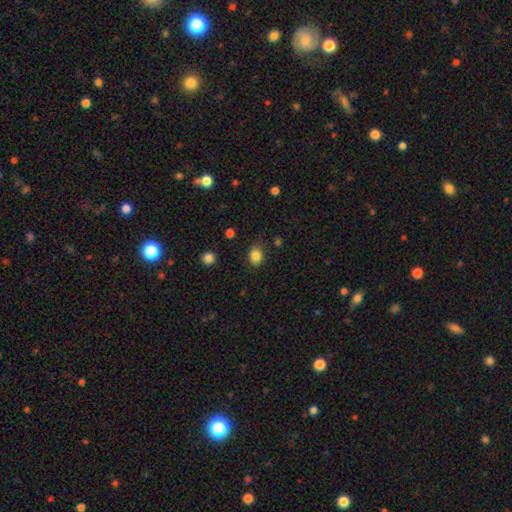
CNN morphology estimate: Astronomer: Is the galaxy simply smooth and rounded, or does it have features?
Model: smooth — 85%.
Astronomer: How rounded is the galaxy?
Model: in between — 58% (runner-up: round, 41%).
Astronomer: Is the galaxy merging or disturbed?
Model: none — 83%.